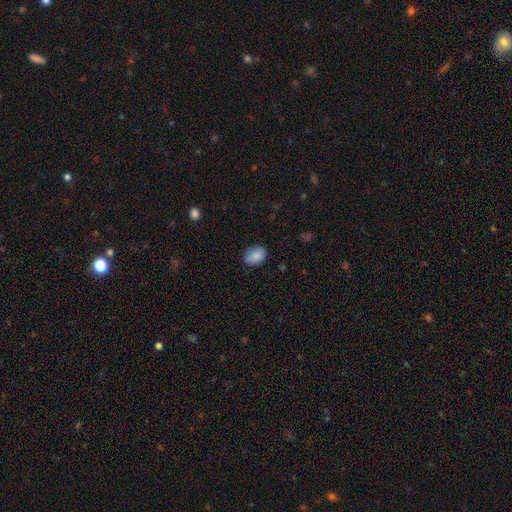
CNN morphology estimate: Overall: smooth (88%). How rounded: in between (70%). Merging: none (81%).